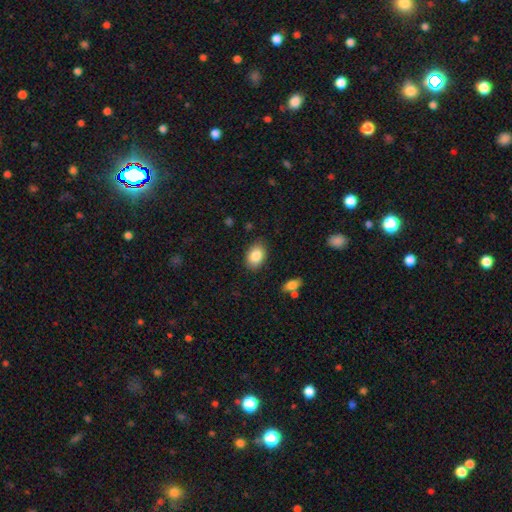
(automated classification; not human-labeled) smooth_or_featured: smooth (p=0.85) [alt: star or artifact p=0.08]
how_rounded: in between (p=0.81) [alt: round p=0.18]
merging: none (p=0.84) [alt: minor disturbance p=0.12]